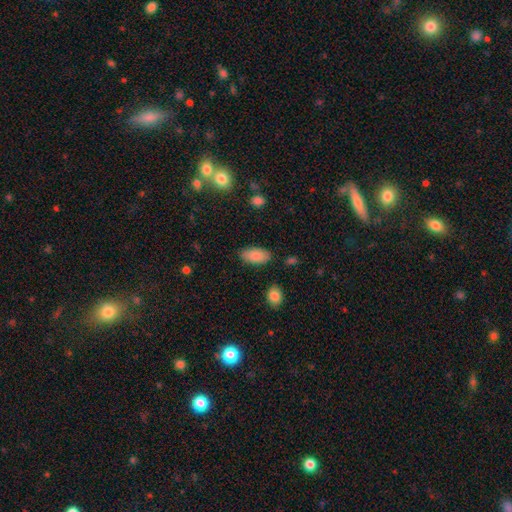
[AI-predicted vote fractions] smooth 86%, featured or disk 7%, star or artifact 7%. Down the decision tree: how rounded — in between (93%); merging — none (84%).